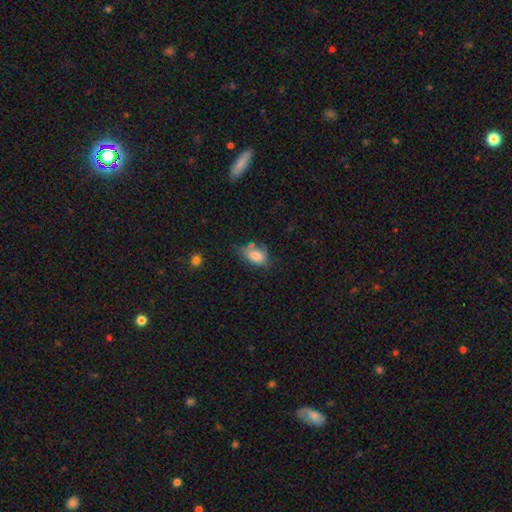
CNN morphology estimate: The model was most divided on "merging": none: 49%, minor disturbance: 34%, major disturbance: 10%, merger: 7%. More confident: how rounded — in between (87%); smooth or featured — smooth (81%).